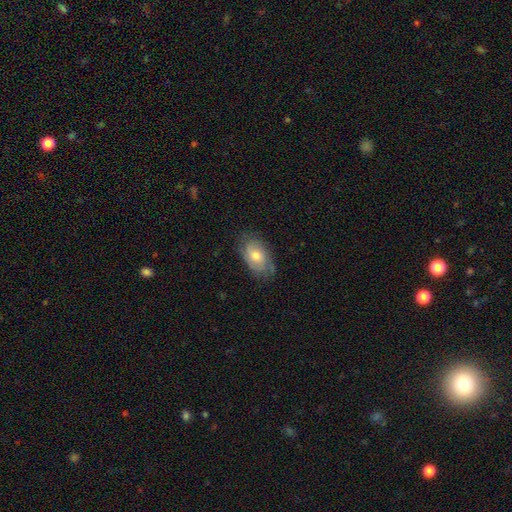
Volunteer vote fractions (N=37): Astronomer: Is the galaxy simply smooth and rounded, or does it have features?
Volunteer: featured or disk — 68%.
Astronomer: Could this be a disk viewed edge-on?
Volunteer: no — 100%.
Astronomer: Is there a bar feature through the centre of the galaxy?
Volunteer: no — 68%.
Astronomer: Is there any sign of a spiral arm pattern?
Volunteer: yes — 92%.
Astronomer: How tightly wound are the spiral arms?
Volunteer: tight — 57%.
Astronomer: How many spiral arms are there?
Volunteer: can't tell — 39% (runner-up: 2, 35%).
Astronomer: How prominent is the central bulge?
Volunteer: moderate — 76%.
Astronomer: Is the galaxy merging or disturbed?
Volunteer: none — 62%.